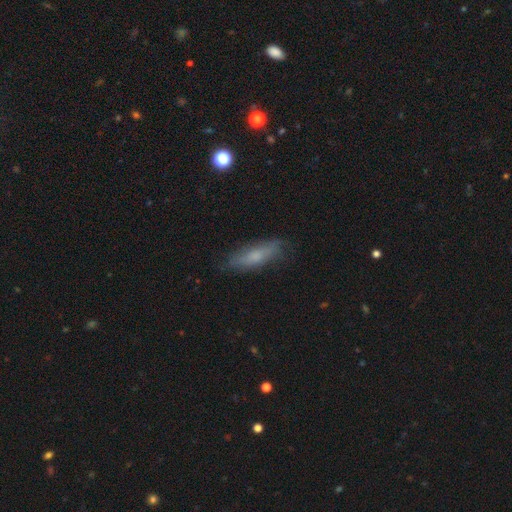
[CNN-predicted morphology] A smooth galaxy with no disk features (61%) that is cigar-shaped (61%).

Vote fractions:
- Smooth or featured? smooth: 61% / featured or disk: 31% / star or artifact: 8%
- How rounded? cigar-shaped: 61% / in between: 37% / round: 2%
- Merging? none: 79% / minor disturbance: 16% / major disturbance: 4% / merger: 1%